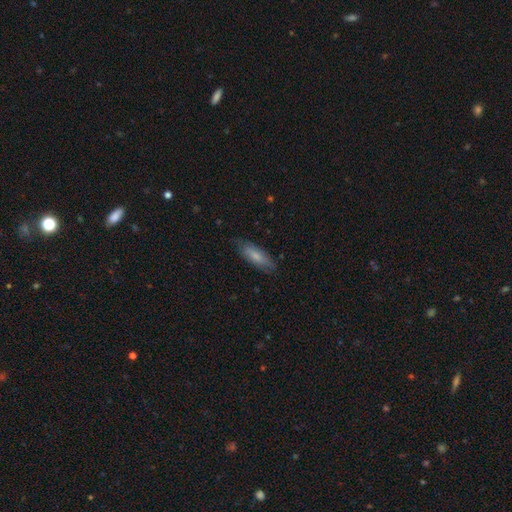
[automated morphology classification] Q: Smooth or featured?
A: smooth (74%); runner-up: featured or disk (20%)
Q: How rounded?
A: in between (53%); runner-up: cigar-shaped (45%)
Q: Merging?
A: none (78%); runner-up: minor disturbance (17%)